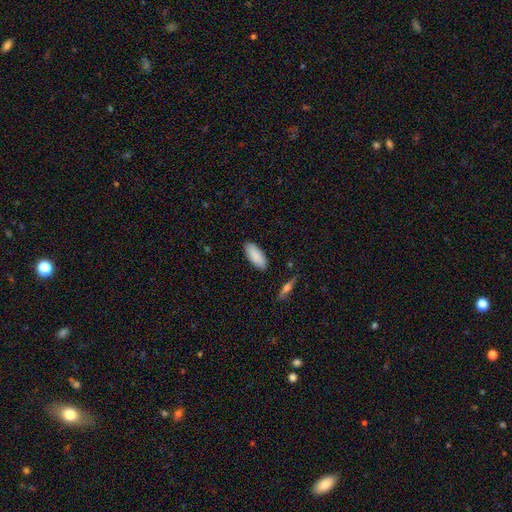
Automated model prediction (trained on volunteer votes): Q: Smooth or featured?
A: smooth (88%); runner-up: featured or disk (6%)
Q: How rounded?
A: in between (83%); runner-up: cigar-shaped (15%)
Q: Merging?
A: none (87%); runner-up: minor disturbance (9%)